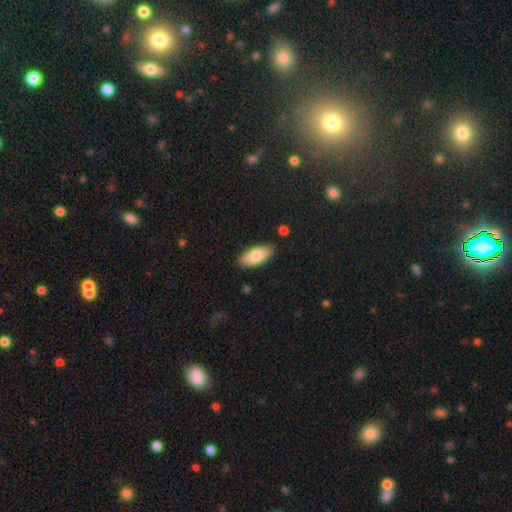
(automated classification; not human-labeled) A smooth galaxy with no disk features (81%) that is in between round and cigar-shaped (85%). Merging: none (87%).